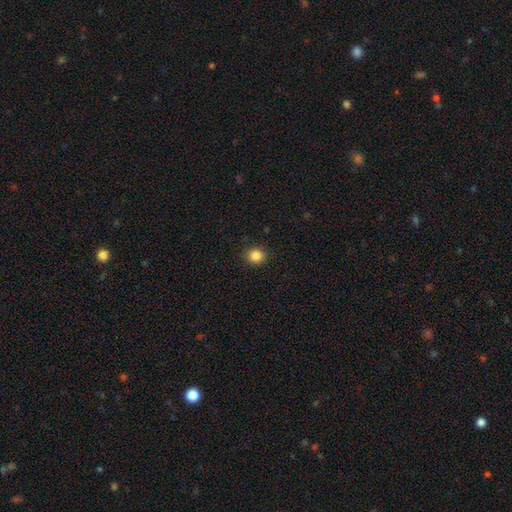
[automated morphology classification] smooth 86%, star or artifact 11%, featured or disk 4%. Down the decision tree: how rounded — round (86%); merging — none (90%).